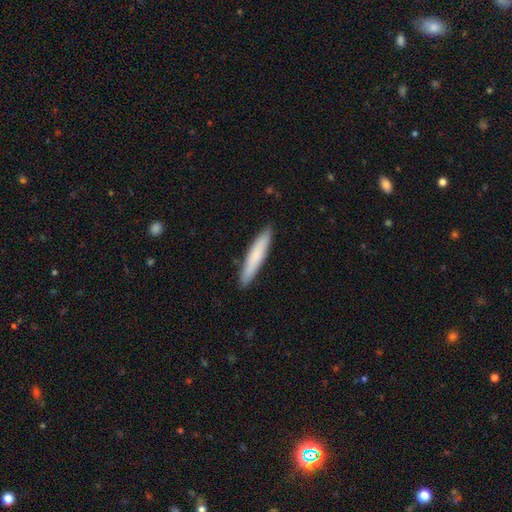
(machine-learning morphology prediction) smooth-or-featured: smooth: 77% | featured or disk: 18% | star or artifact: 5%
  how-rounded: cigar-shaped: 91% | in between: 8% | round: 1%
  merging: none: 90% | minor disturbance: 8% | major disturbance: 1% | merger: 1%